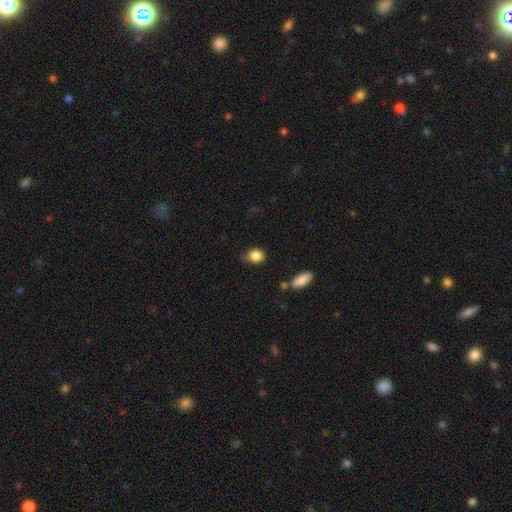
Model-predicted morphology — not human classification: A smooth galaxy with no disk features (86%) that is round (55%).

Vote fractions:
- Smooth or featured? smooth: 86% / star or artifact: 9% / featured or disk: 5%
- How rounded? round: 55% / in between: 44% / cigar-shaped: 1%
- Merging? none: 54% / minor disturbance: 34% / major disturbance: 8% / merger: 4%